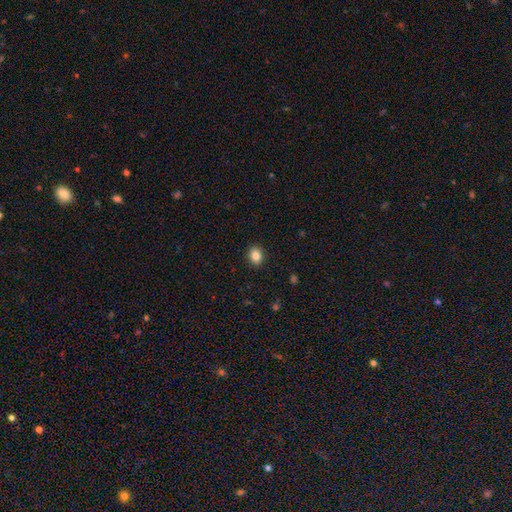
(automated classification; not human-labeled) smooth_or_featured: smooth (p=0.86) [alt: star or artifact p=0.10]
how_rounded: round (p=0.51) [alt: in between p=0.48]
merging: none (p=0.91) [alt: minor disturbance p=0.06]